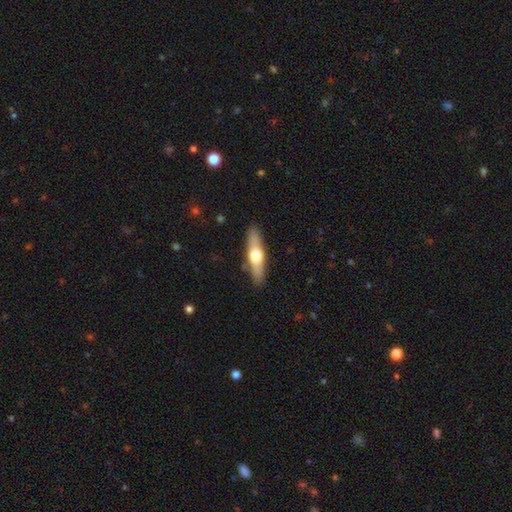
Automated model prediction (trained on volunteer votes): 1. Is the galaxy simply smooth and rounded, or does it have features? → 50% featured or disk, 44% smooth, 5% star or artifact.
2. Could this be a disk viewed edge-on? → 90% yes, 10% no.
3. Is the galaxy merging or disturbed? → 88% none, 9% minor disturbance, 2% major disturbance, 1% merger.